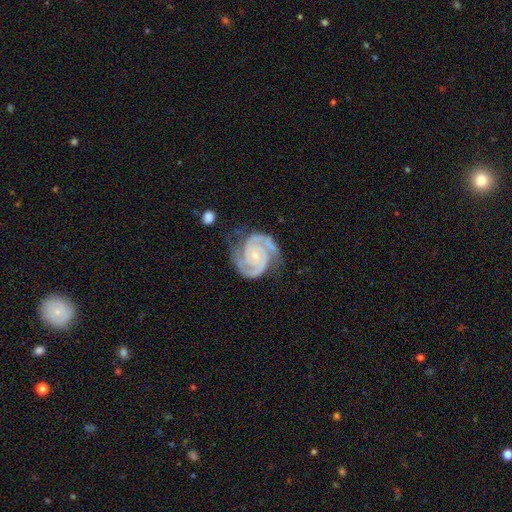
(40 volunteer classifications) A featured or disk galaxy (95%) with no bar (68%), 2 (100%) tight (79%) spiral arms (100%) and a small central bulge (61%). Merging: none (72%).